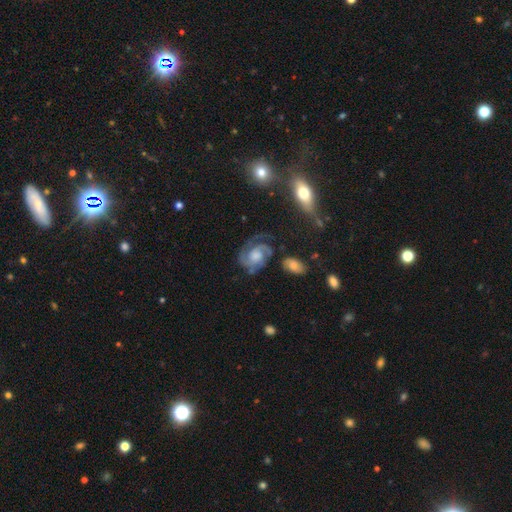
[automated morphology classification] Q: Smooth or featured?
A: featured or disk (83%); runner-up: smooth (11%)
Q: Edge-on disk?
A: no (97%); runner-up: yes (3%)
Q: Bar?
A: no (66%); runner-up: weak (29%)
Q: Spiral arms?
A: yes (96%); runner-up: no (4%)
Q: Spiral winding?
A: tight (44%); tied with: medium (44%)
Q: Spiral arm count?
A: 2 (65%); runner-up: 3 (12%)
Q: Bulge size?
A: large (33%); tied with: moderate (33%)
Q: Merging?
A: none (58%); runner-up: minor disturbance (20%)